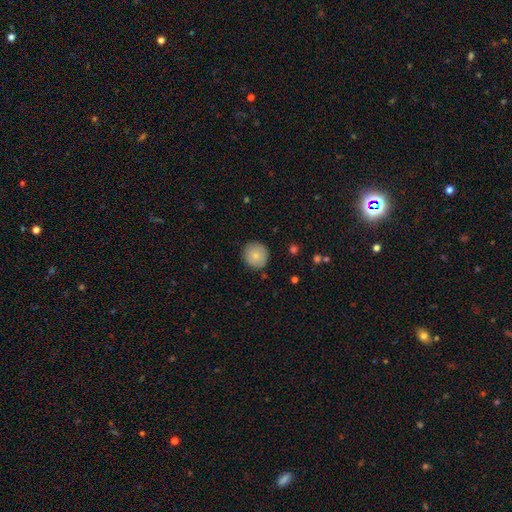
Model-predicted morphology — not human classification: A smooth galaxy with no disk features (83%) that is round (94%). Merging: none (88%).